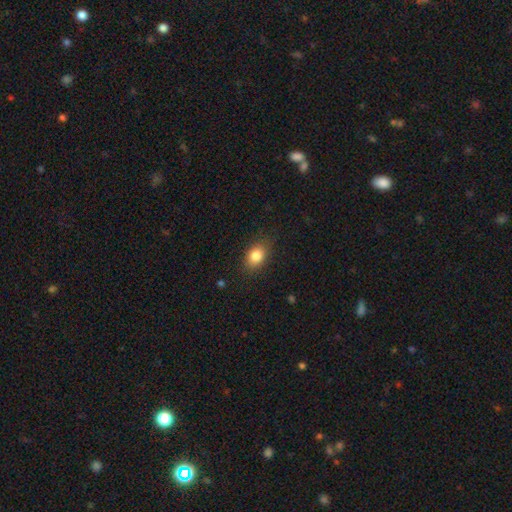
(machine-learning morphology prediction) Overall: smooth (84%). How rounded: in between (74%). Merging: none (83%).